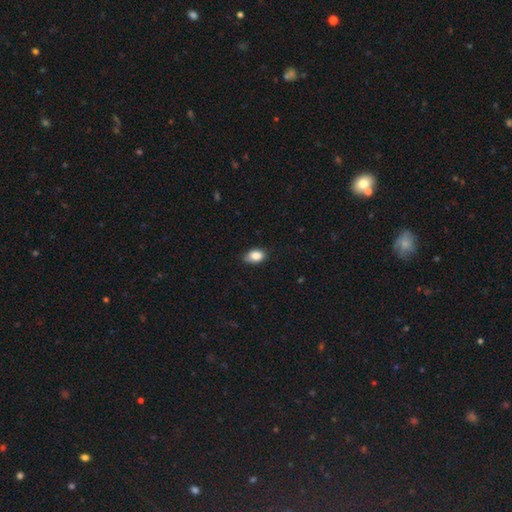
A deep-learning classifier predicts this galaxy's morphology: A smooth galaxy with no disk features (85%) that is in between round and cigar-shaped (86%). Merging: none (74%).